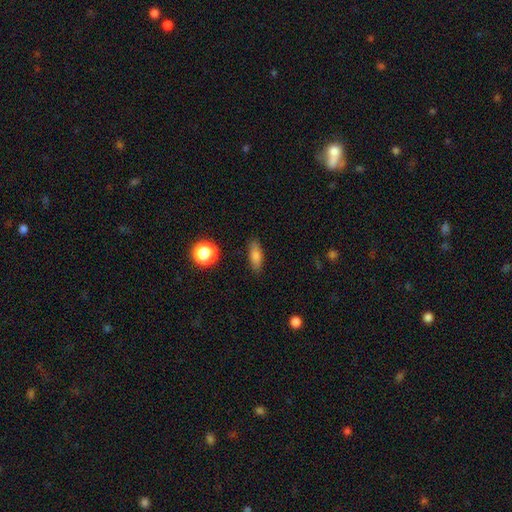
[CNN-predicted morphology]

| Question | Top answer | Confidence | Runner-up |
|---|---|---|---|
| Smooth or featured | smooth | 78% | featured or disk (13%) |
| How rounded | in between | 63% | cigar-shaped (30%) |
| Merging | none | 85% | minor disturbance (11%) |